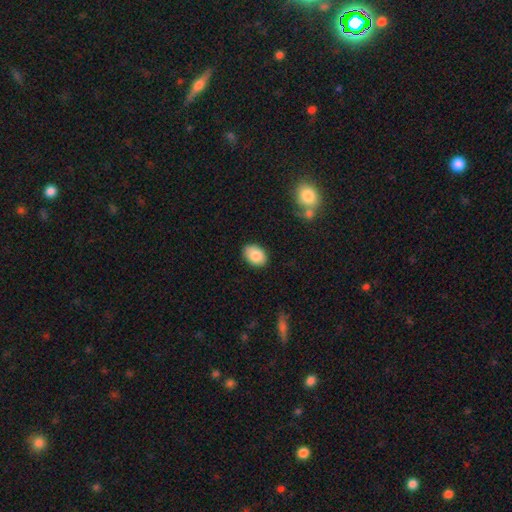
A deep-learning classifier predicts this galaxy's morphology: smooth-or-featured: smooth: 84% | featured or disk: 8% | star or artifact: 7%
  how-rounded: in between: 81% | round: 18% | cigar-shaped: 1%
  merging: none: 82% | minor disturbance: 14% | major disturbance: 2% | merger: 2%